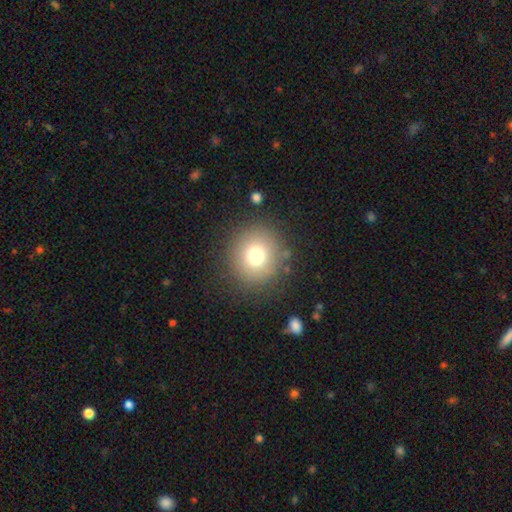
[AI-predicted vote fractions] Smooth or featured? Predicted: smooth (p=0.74). How rounded? Predicted: round (p=0.91). Merging? Predicted: none (p=0.86).